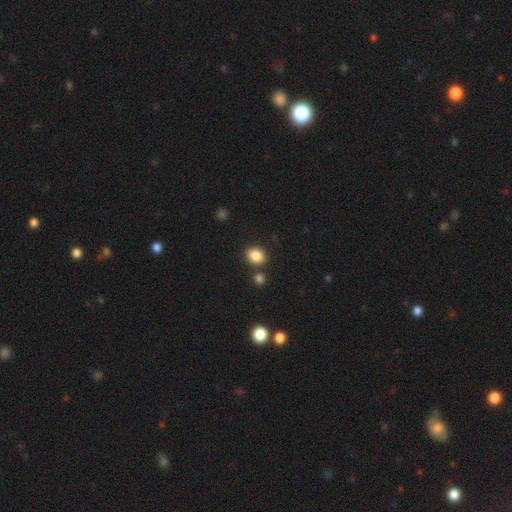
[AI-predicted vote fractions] Smooth or featured: smooth — 86% (star or artifact — 10%)
How rounded: round — 52% (in between — 47%)
Merging: none — 78% (minor disturbance — 10%)